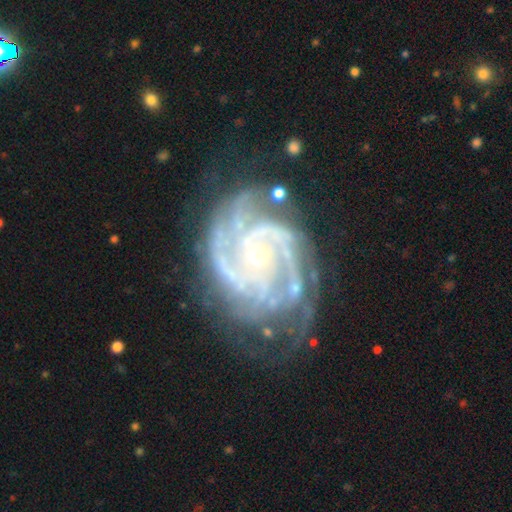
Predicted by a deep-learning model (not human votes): featured or disk 92%, star or artifact 5%, smooth 3%. Down the decision tree: edge-on disk — no (98%); bar — no (71%); spiral arms — yes (99%); spiral arm count — 3 (29%); spiral winding — tight (63%); bulge size — small (66%); merging — none (67%).